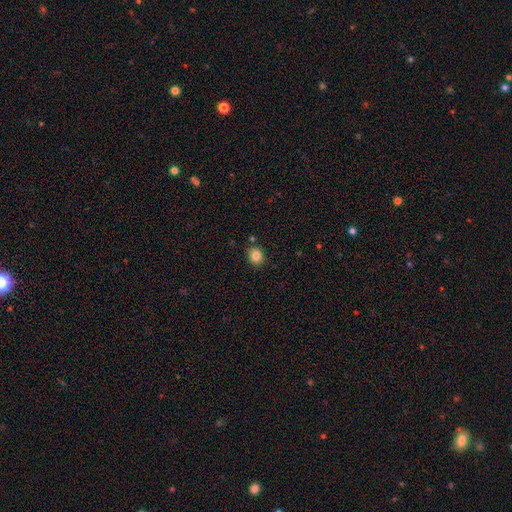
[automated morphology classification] smooth_or_featured: smooth (p=0.85) [alt: star or artifact p=0.10]
how_rounded: round (p=0.64) [alt: in between p=0.35]
merging: none (p=0.85) [alt: minor disturbance p=0.09]